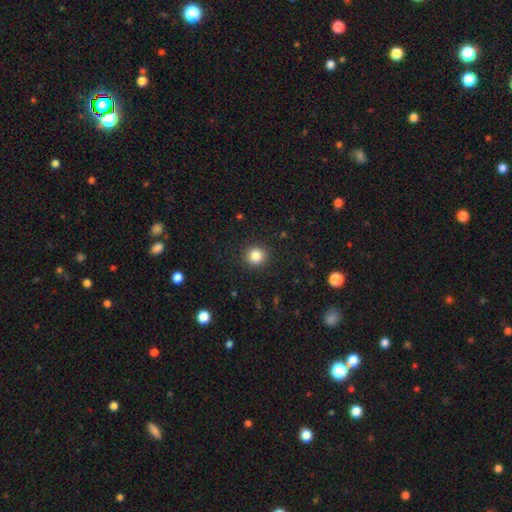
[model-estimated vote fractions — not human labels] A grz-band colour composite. It shows a smooth galaxy with no disk features (84%) that is round (93%). Merging: none (91%).